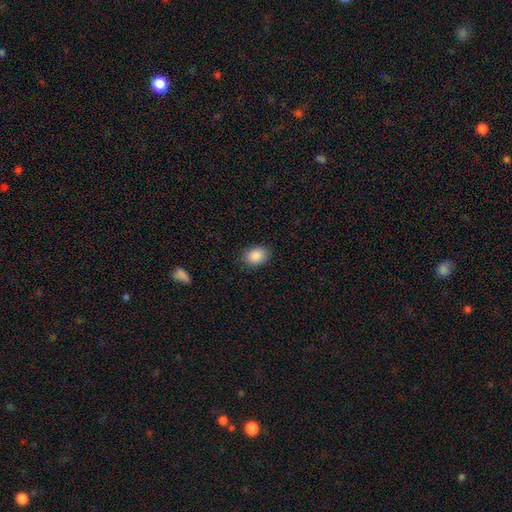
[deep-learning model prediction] This appears to be a smooth galaxy with no disk features (89%) that is in between round and cigar-shaped (69%). Merging: none (86%).